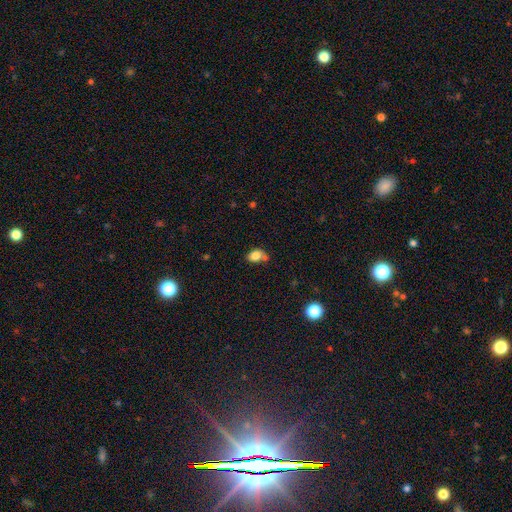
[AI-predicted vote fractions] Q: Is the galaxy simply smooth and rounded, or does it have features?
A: smooth — 82%.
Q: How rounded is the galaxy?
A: in between — 72%.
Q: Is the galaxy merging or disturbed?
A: none — 48%.